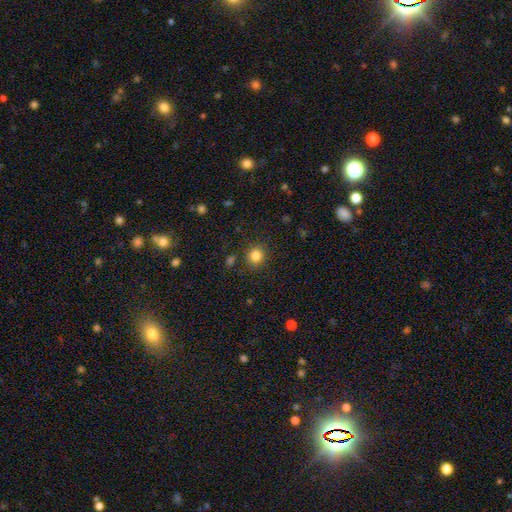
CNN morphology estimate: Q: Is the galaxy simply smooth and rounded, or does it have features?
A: smooth — 84%.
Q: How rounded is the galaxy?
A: round — 80%.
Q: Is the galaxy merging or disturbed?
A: none — 86%.